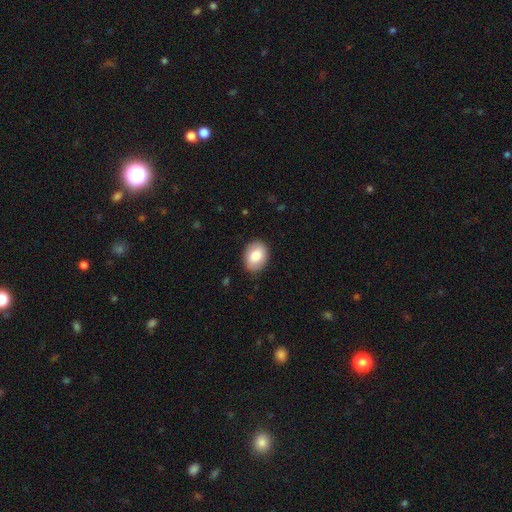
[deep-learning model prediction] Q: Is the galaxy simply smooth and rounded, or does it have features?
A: smooth — 80%.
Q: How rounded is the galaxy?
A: in between — 65%.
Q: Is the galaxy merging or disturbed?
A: none — 87%.